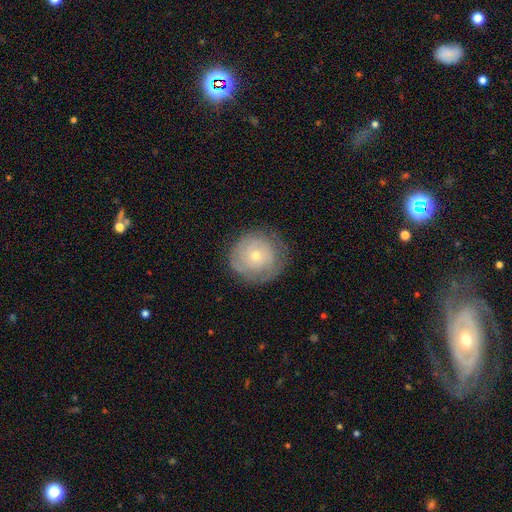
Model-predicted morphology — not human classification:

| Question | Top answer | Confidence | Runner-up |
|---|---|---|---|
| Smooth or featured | featured or disk | 54% | smooth (37%) |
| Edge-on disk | no | 97% | yes (3%) |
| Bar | no | 87% | weak (11%) |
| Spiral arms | yes | 71% | no (29%) |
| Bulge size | small | 66% | moderate (31%) |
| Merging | none | 78% | minor disturbance (15%) |